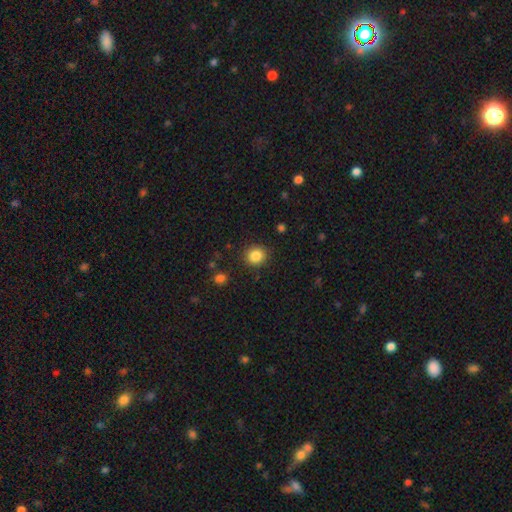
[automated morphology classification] smooth 85%, star or artifact 10%, featured or disk 5%. Down the decision tree: how rounded — round (86%); merging — none (89%).